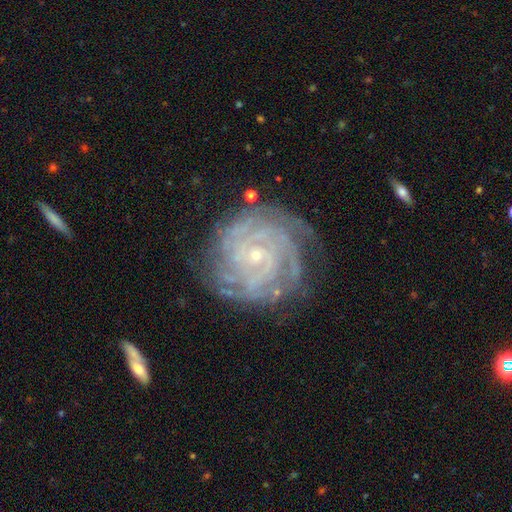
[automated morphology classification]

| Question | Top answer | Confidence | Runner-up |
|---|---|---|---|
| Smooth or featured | featured or disk | 88% | star or artifact (6%) |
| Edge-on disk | no | 97% | yes (3%) |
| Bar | no | 69% | weak (24%) |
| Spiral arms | yes | 97% | no (3%) |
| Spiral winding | tight | 79% | medium (18%) |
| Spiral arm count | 4 | 25% | can't tell (24%) |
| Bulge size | small | 83% | moderate (13%) |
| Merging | none | 75% | minor disturbance (17%) |